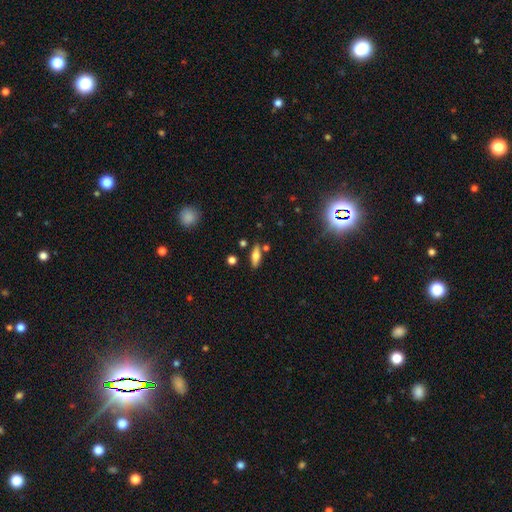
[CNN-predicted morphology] A smooth galaxy with no disk features (65%) that is in between round and cigar-shaped (62%).

Vote fractions:
- Smooth or featured? smooth: 65% / featured or disk: 26% / star or artifact: 9%
- How rounded? in between: 62% / cigar-shaped: 34% / round: 4%
- Merging? none: 79% / minor disturbance: 11% / merger: 7% / major disturbance: 3%